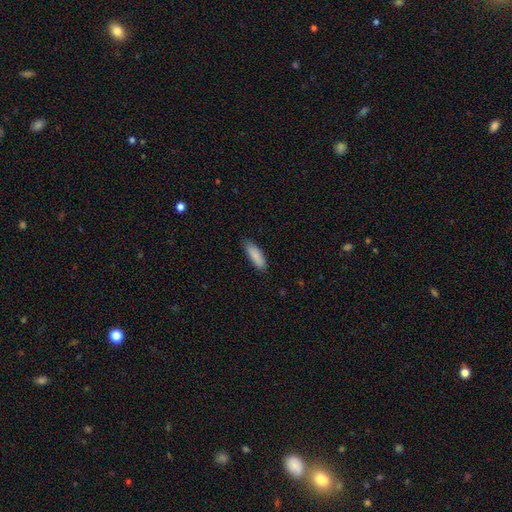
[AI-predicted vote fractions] smooth-or-featured: smooth: 89% | star or artifact: 6% | featured or disk: 5%
  how-rounded: in between: 53% | cigar-shaped: 46% | round: 1%
  merging: none: 85% | minor disturbance: 12% | major disturbance: 2% | merger: 1%